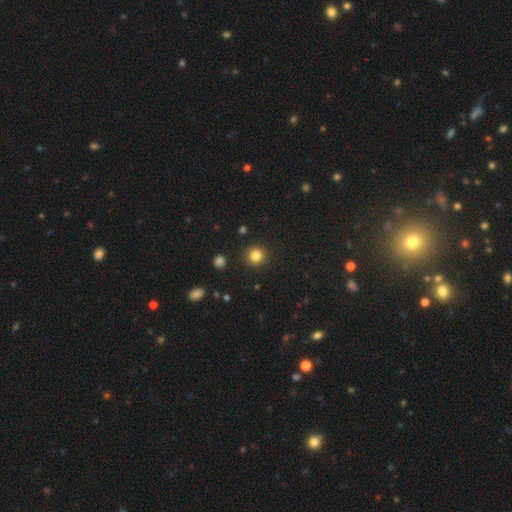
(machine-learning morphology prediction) smooth-or-featured: smooth: 83% | star or artifact: 12% | featured or disk: 5%
  how-rounded: round: 93% | in between: 6% | cigar-shaped: 1%
  merging: none: 91% | minor disturbance: 5% | major disturbance: 2% | merger: 1%